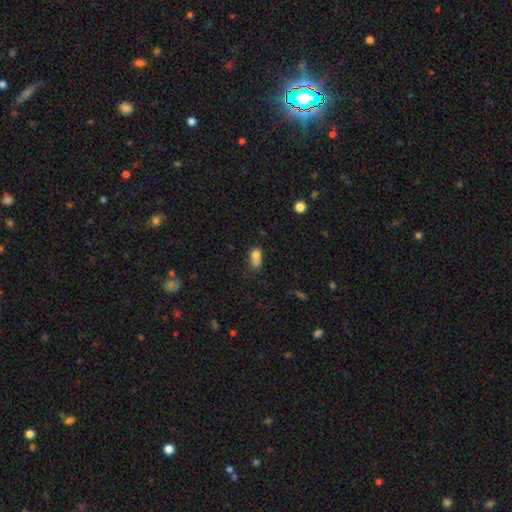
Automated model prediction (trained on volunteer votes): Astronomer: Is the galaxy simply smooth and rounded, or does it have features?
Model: smooth — 74%.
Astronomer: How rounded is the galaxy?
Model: in between — 74%.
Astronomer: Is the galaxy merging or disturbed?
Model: merger — 34% (runner-up: none, 31%).